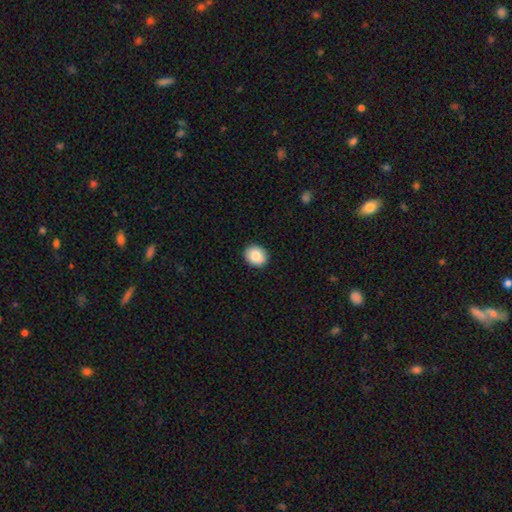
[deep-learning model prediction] smooth-or-featured: smooth: 85% | star or artifact: 8% | featured or disk: 7%
  how-rounded: round: 65% | in between: 34% | cigar-shaped: 1%
  merging: none: 91% | minor disturbance: 6% | major disturbance: 2% | merger: 1%